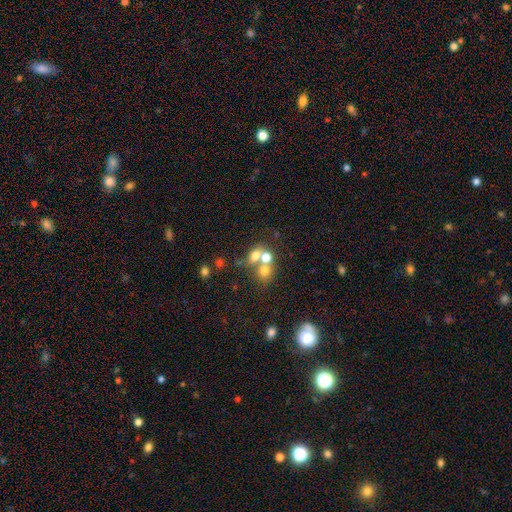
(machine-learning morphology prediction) Smooth or featured?
  - smooth: 63% *
  - featured or disk: 21%
  - star or artifact: 16%
How rounded?
  - round: 59% *
  - in between: 40%
  - cigar-shaped: 1%
Merging?
  - merger: 54% *
  - none: 33%
  - minor disturbance: 8%
  - major disturbance: 6%